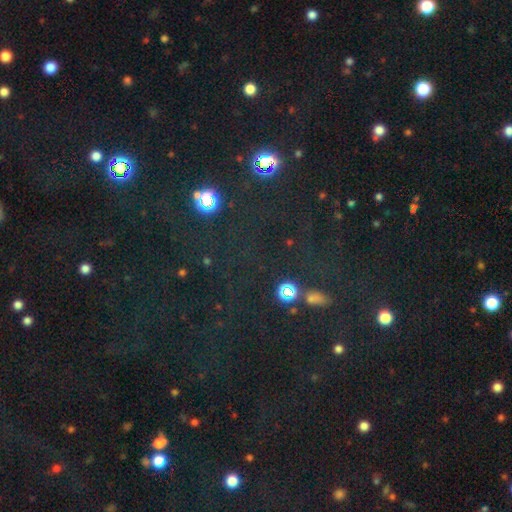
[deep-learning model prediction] star or artifact 65%, smooth 26%, featured or disk 9%.